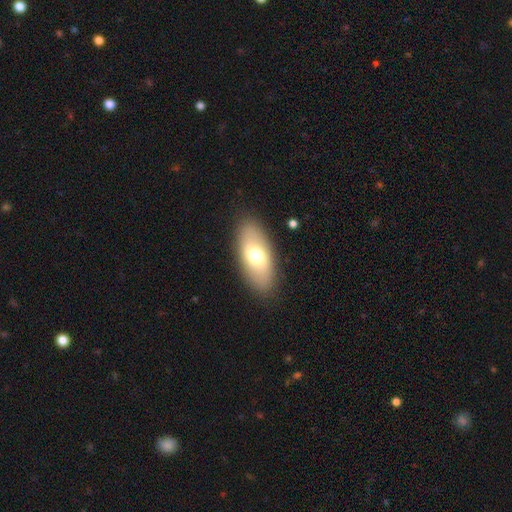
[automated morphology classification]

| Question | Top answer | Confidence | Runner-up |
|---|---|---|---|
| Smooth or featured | smooth | 66% | featured or disk (27%) |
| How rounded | in between | 87% | cigar-shaped (10%) |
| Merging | none | 88% | minor disturbance (9%) |